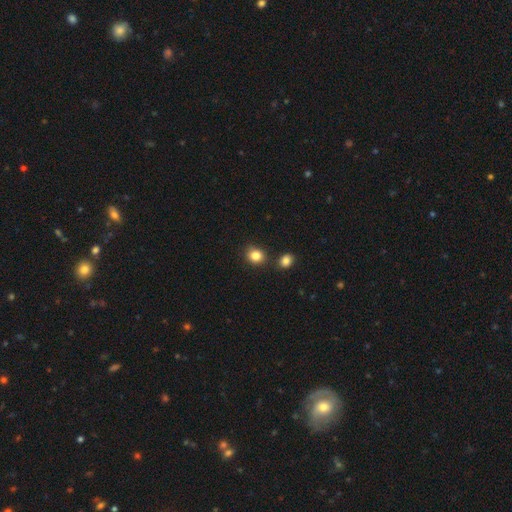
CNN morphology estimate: smooth 84%, star or artifact 11%, featured or disk 6%. Down the decision tree: how rounded — round (72%); merging — none (78%).